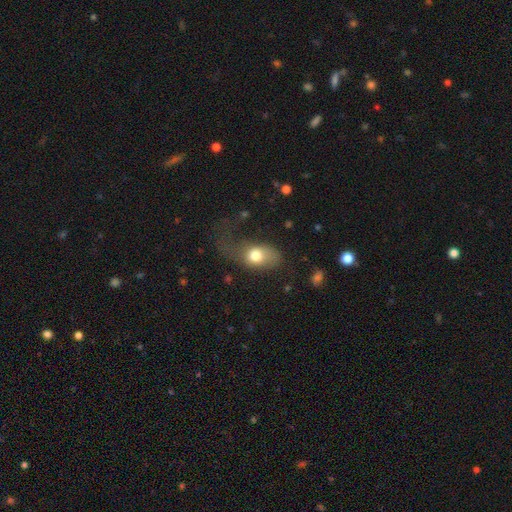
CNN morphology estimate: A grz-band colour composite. It shows a smooth galaxy with no disk features (73%) that is in between round and cigar-shaped (77%). Merging: major disturbance (48%).